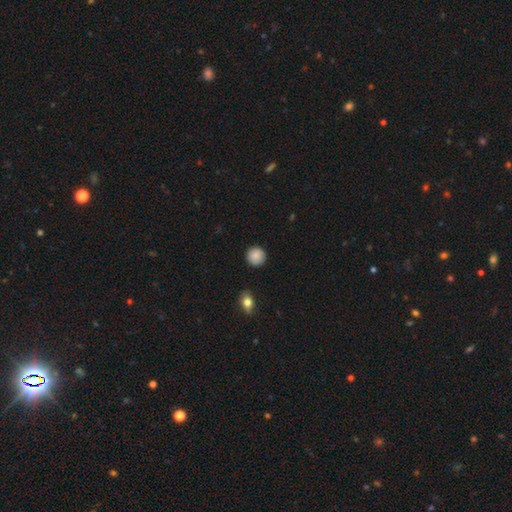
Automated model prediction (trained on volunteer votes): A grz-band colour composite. It shows a smooth galaxy with no disk features (88%) that is round (93%). Merging: none (91%).